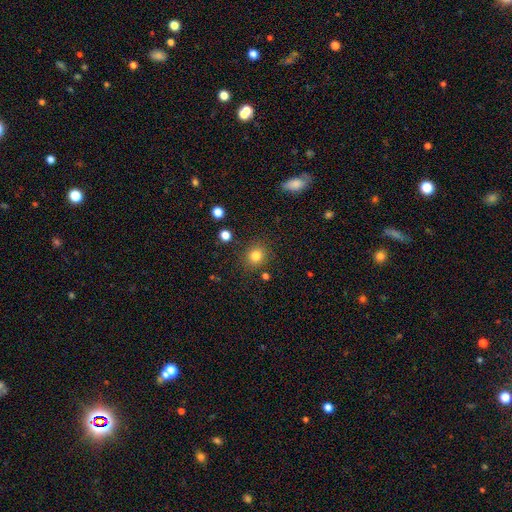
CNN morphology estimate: smooth-or-featured: smooth: 81% | star or artifact: 13% | featured or disk: 6%
  how-rounded: round: 86% | in between: 13% | cigar-shaped: 1%
  merging: none: 86% | minor disturbance: 8% | major disturbance: 3% | merger: 3%